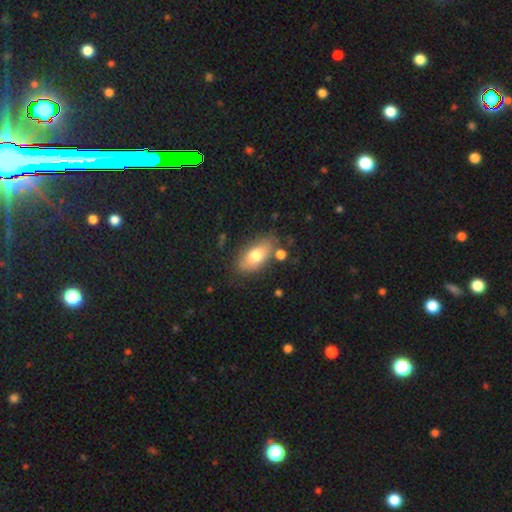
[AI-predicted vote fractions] The model was most divided on "smooth or featured": smooth: 72%, featured or disk: 21%, star or artifact: 7%. More confident: how rounded — in between (87%); merging — none (74%).